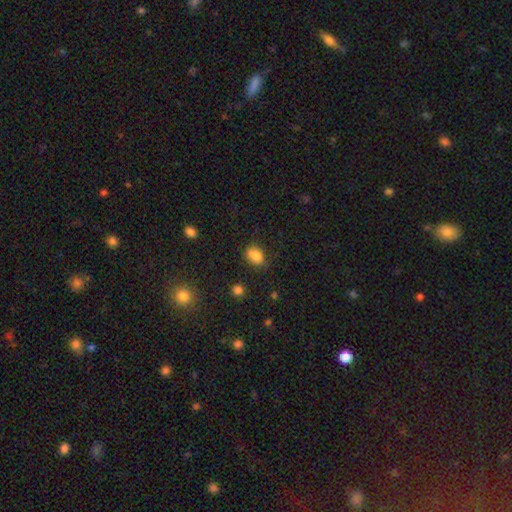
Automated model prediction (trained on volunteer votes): This appears to be a smooth galaxy with no disk features (82%) that is in between round and cigar-shaped (71%). Merging: none (61%).